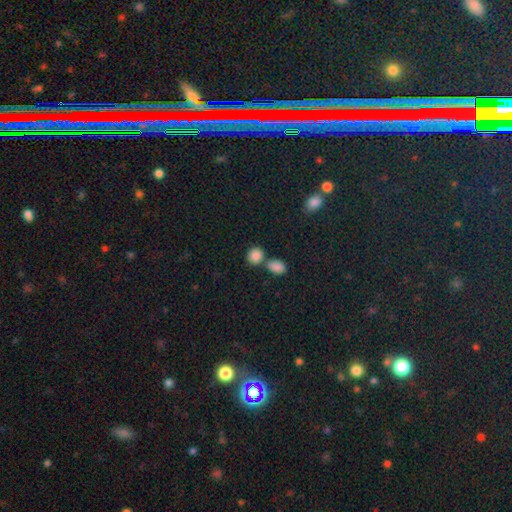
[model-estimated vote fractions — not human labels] Smooth or featured? Predicted: smooth (p=0.86). How rounded? Predicted: round (p=0.72). Merging? Predicted: none (p=0.54).